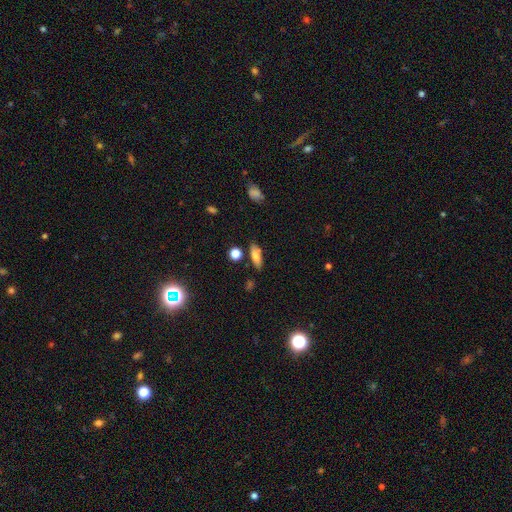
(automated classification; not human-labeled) Q: Smooth or featured?
A: smooth (72%); runner-up: featured or disk (18%)
Q: How rounded?
A: in between (61%); runner-up: cigar-shaped (34%)
Q: Merging?
A: none (80%); runner-up: minor disturbance (13%)